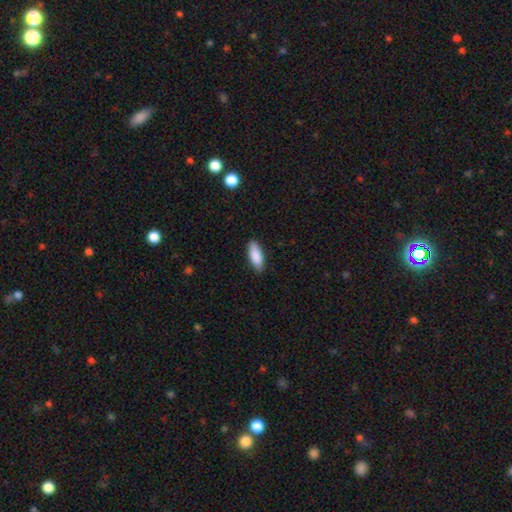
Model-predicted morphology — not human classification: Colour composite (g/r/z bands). It shows a smooth galaxy with no disk features (88%) that is in between round and cigar-shaped (72%). Merging: none (86%).